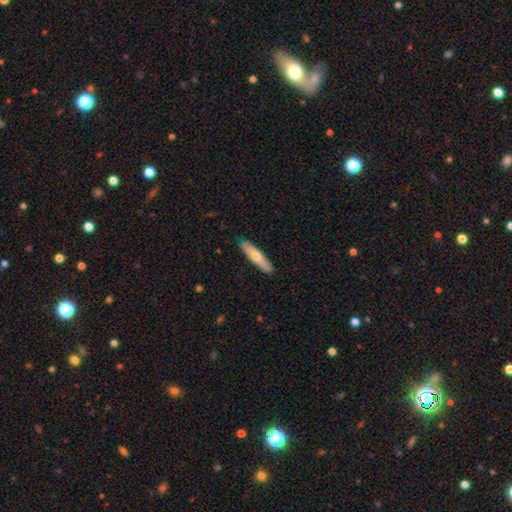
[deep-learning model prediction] smooth 62%, featured or disk 33%, star or artifact 5%. Down the decision tree: how rounded — cigar-shaped (80%); merging — none (88%).